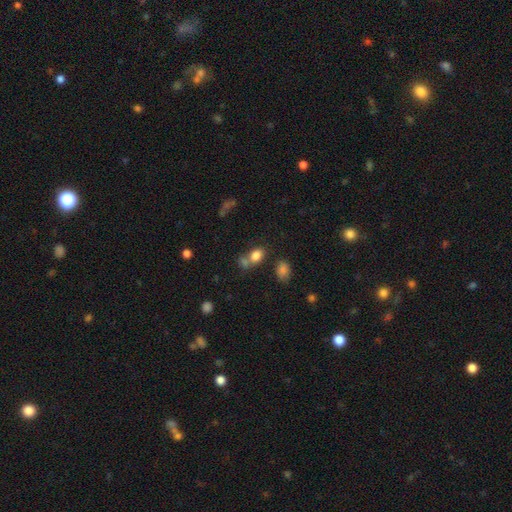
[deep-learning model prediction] Smooth or featured?
  - smooth: 81% *
  - star or artifact: 12%
  - featured or disk: 8%
How rounded?
  - in between: 75% *
  - round: 24%
  - cigar-shaped: 2%
Merging?
  - none: 50% *
  - merger: 31%
  - minor disturbance: 13%
  - major disturbance: 6%